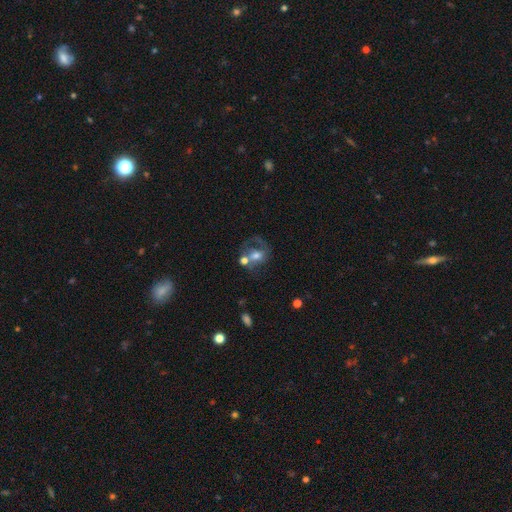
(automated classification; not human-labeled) smooth_or_featured: featured or disk (p=0.51) [alt: smooth p=0.38]
disk_edge_on: no (p=0.96) [alt: yes p=0.04]
merging: merger (p=0.35) [alt: none p=0.33]